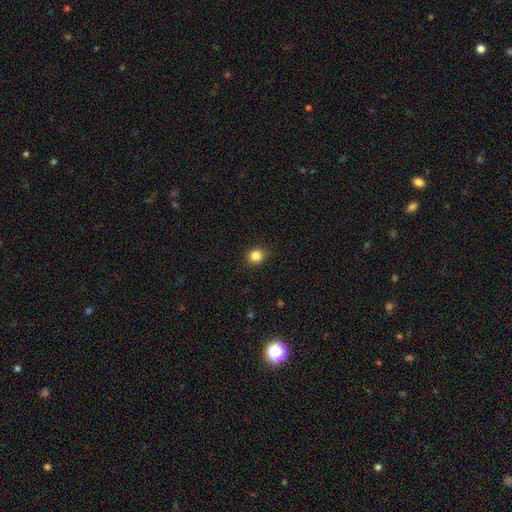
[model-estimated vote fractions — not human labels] This is clearly a smooth galaxy (85%). How rounded: clearly round (81%). Merging: clearly none (90%).